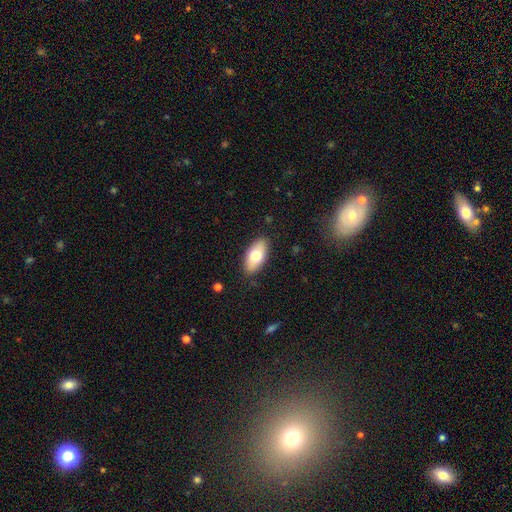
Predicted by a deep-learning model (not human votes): Smooth or featured?
  - smooth: 72% *
  - featured or disk: 21%
  - star or artifact: 6%
How rounded?
  - in between: 92% *
  - cigar-shaped: 5%
  - round: 3%
Merging?
  - none: 86% *
  - minor disturbance: 10%
  - major disturbance: 2%
  - merger: 1%